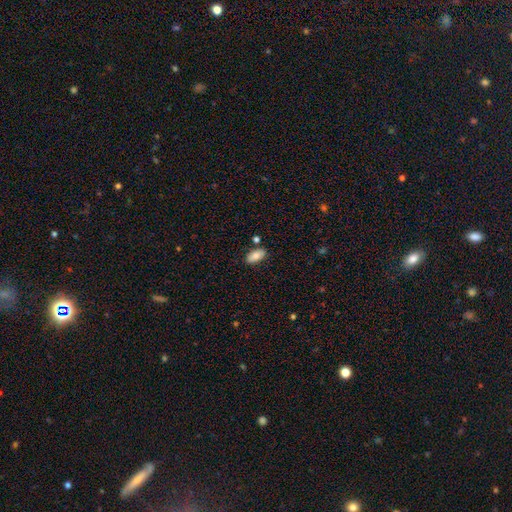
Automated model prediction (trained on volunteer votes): smooth_or_featured: smooth (p=0.82) [alt: featured or disk p=0.11]
how_rounded: in between (p=0.90) [alt: cigar-shaped p=0.07]
merging: none (p=0.82) [alt: minor disturbance p=0.11]